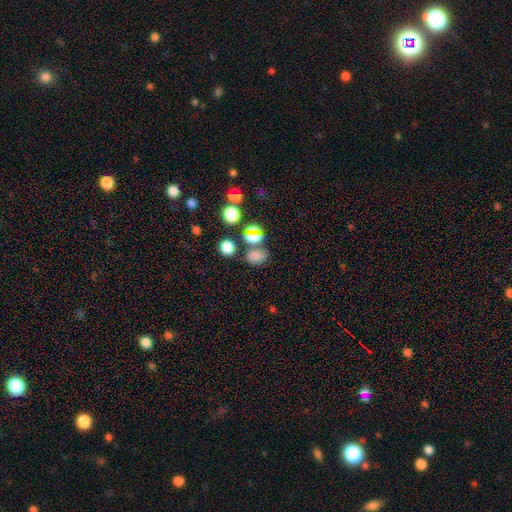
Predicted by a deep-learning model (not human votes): Smooth or featured? smooth (71%)
How rounded? in between (58%)
Merging? none (66%)